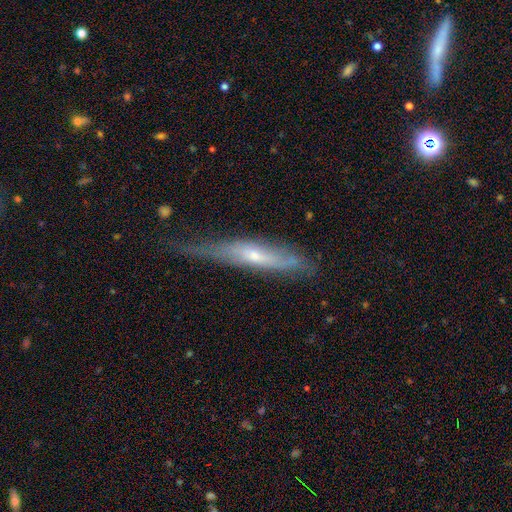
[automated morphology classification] featured or disk 56%, smooth 37%, star or artifact 7%. Down the decision tree: edge-on disk — yes (75%); merging — none (48%).